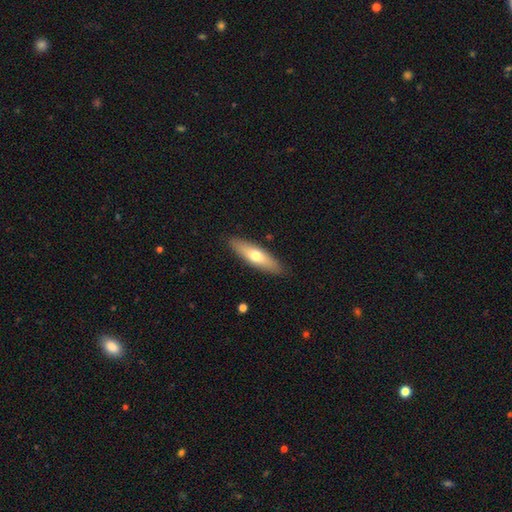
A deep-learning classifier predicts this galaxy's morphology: Smooth or featured? Predicted: smooth (p=0.60). How rounded? Predicted: cigar-shaped (p=0.60). Merging? Predicted: none (p=0.88).